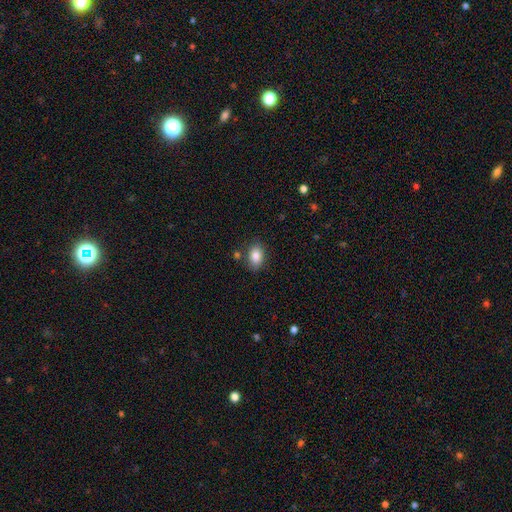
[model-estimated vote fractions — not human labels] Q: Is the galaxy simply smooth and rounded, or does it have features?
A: smooth — 84%.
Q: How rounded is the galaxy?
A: in between — 80%.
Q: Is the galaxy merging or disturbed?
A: none — 79%.